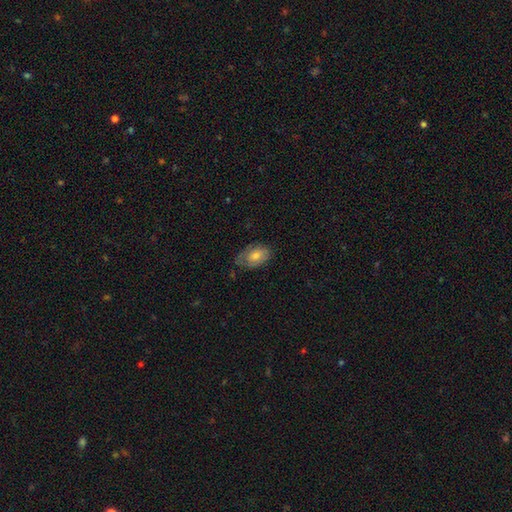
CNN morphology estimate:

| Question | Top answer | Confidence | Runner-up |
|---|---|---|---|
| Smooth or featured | smooth | 57% | featured or disk (34%) |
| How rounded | in between | 88% | round (10%) |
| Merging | none | 63% | minor disturbance (26%) |